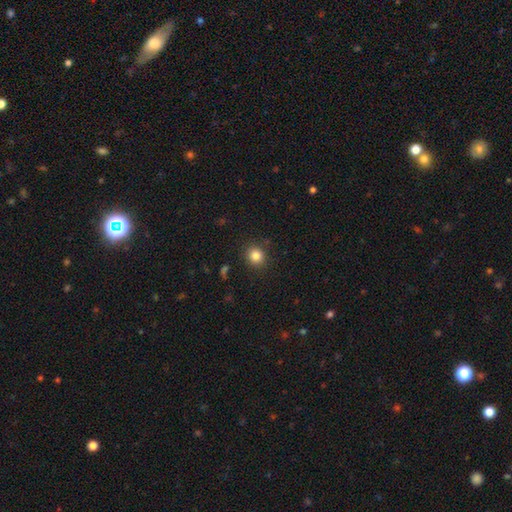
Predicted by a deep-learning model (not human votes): smooth-or-featured: smooth: 84% | star or artifact: 11% | featured or disk: 5%
  how-rounded: round: 86% | in between: 13% | cigar-shaped: 1%
  merging: none: 88% | minor disturbance: 8% | major disturbance: 3% | merger: 1%